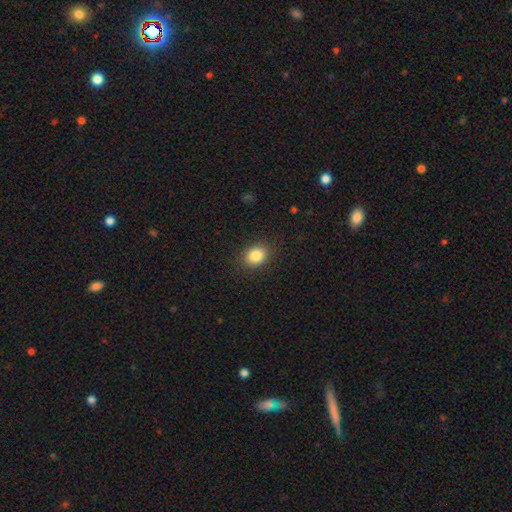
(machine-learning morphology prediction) Q: Smooth or featured?
A: smooth (84%); runner-up: star or artifact (10%)
Q: How rounded?
A: in between (55%); runner-up: round (44%)
Q: Merging?
A: none (88%); runner-up: minor disturbance (8%)